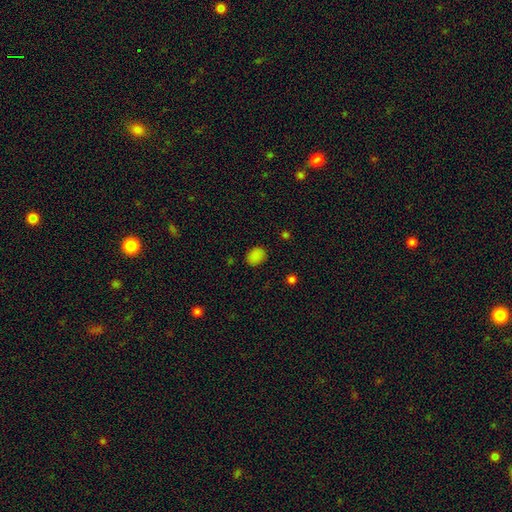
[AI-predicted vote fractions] Smooth or featured?
  - smooth: 84% *
  - star or artifact: 13%
  - featured or disk: 4%
How rounded?
  - in between: 59% *
  - round: 40%
  - cigar-shaped: 1%
Merging?
  - none: 85% *
  - minor disturbance: 11%
  - major disturbance: 3%
  - merger: 1%